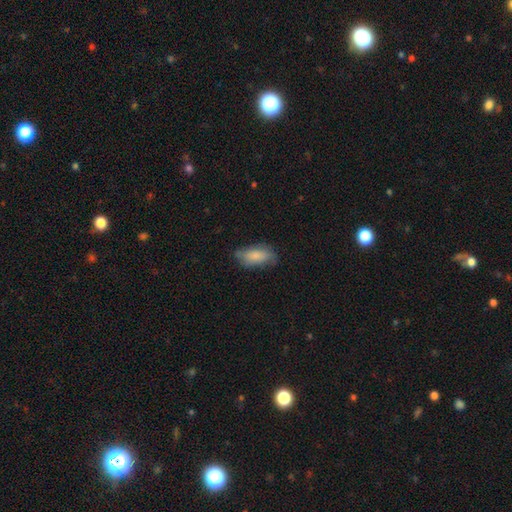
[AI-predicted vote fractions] A smooth galaxy with no disk features (78%) that is in between round and cigar-shaped (86%).

Vote fractions:
- Smooth or featured? smooth: 78% / featured or disk: 15% / star or artifact: 7%
- How rounded? in between: 86% / cigar-shaped: 11% / round: 3%
- Merging? none: 65% / minor disturbance: 27% / major disturbance: 7% / merger: 2%